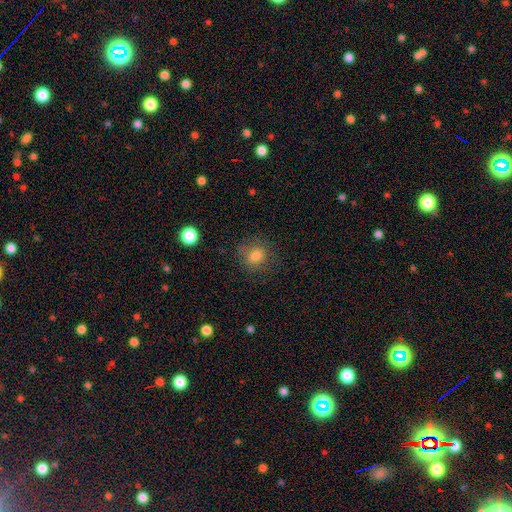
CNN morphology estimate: This appears to be a smooth galaxy with no disk features (79%) that is round (79%). Merging: none (78%).